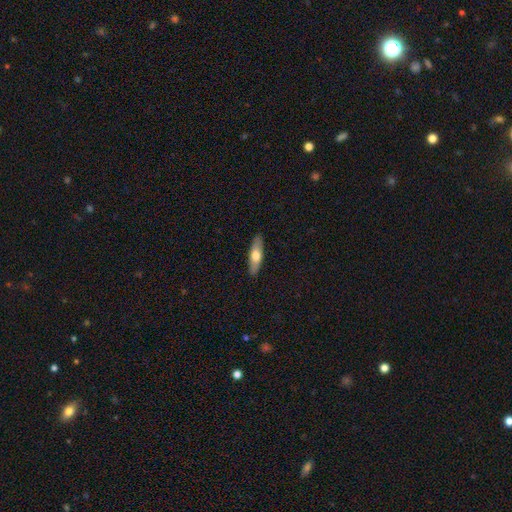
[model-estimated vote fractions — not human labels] Smooth or featured?
  - smooth: 60% *
  - featured or disk: 35%
  - star or artifact: 5%
How rounded?
  - cigar-shaped: 59% *
  - in between: 39%
  - round: 2%
Merging?
  - none: 89% *
  - minor disturbance: 8%
  - major disturbance: 2%
  - merger: 1%